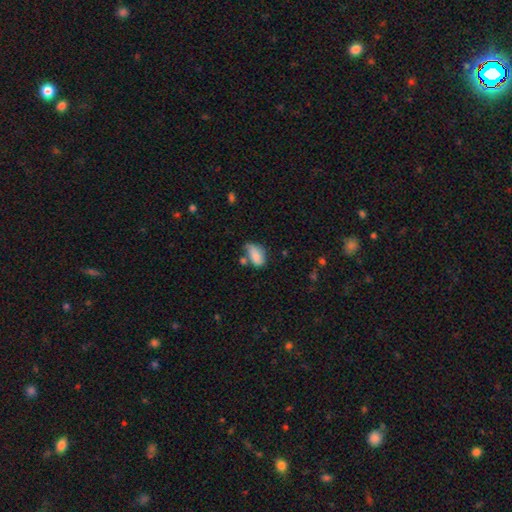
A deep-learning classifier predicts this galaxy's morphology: Smooth or featured? smooth (79%)
How rounded? in between (91%)
Merging? none (38%)